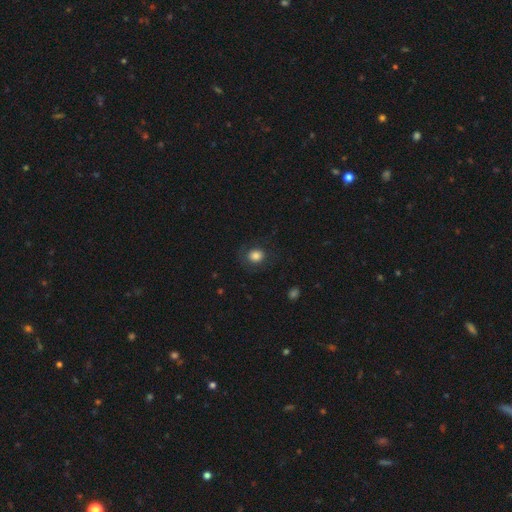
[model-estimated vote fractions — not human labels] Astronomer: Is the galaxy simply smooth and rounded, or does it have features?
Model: smooth — 81%.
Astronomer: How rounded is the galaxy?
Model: round — 79%.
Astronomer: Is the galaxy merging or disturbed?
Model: none — 77%.